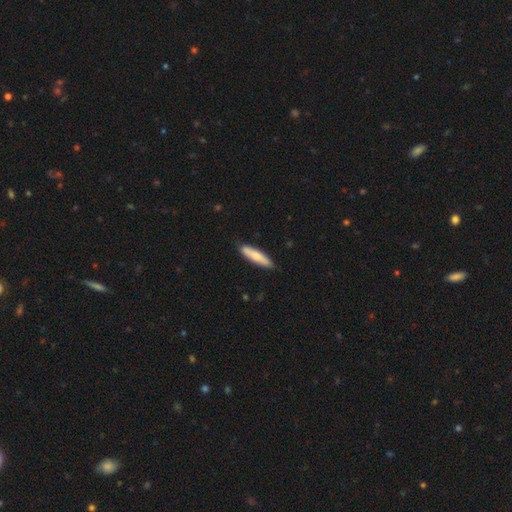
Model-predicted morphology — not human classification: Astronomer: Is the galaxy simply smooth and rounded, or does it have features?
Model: smooth — 70%.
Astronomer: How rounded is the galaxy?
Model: cigar-shaped — 77%.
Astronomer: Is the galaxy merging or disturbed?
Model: none — 87%.